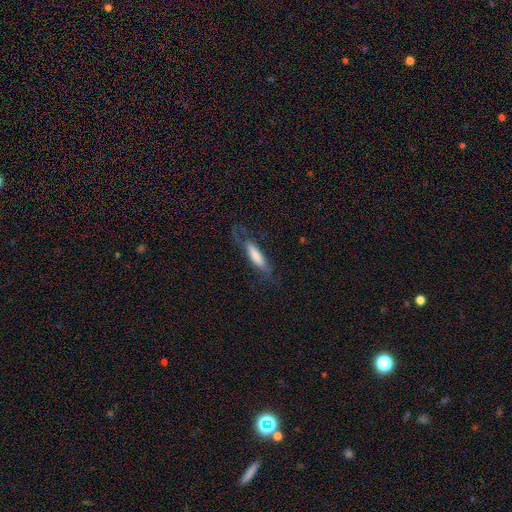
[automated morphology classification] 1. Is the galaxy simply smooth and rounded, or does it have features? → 65% smooth, 29% featured or disk, 6% star or artifact.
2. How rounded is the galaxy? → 67% cigar-shaped, 31% in between, 2% round.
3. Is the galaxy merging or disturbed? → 62% none, 21% minor disturbance, 16% major disturbance, 2% merger.